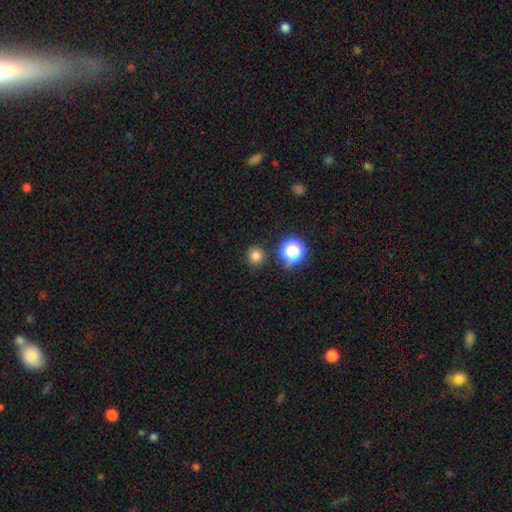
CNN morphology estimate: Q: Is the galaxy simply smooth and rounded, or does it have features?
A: smooth — 78%.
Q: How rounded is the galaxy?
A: round — 92%.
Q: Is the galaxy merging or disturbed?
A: none — 88%.